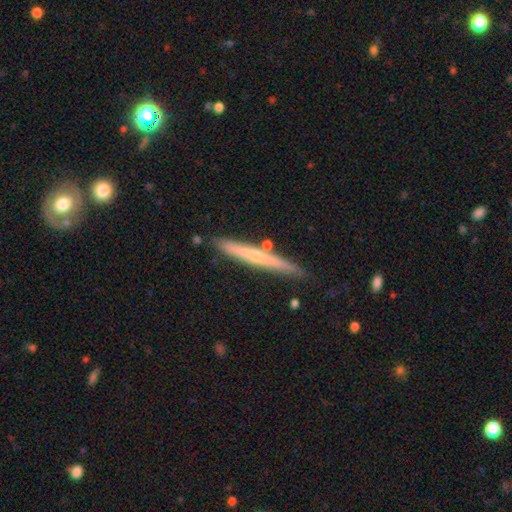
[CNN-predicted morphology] featured or disk 51%, smooth 43%, star or artifact 6%. Down the decision tree: edge-on disk — yes (95%); merging — none (82%).